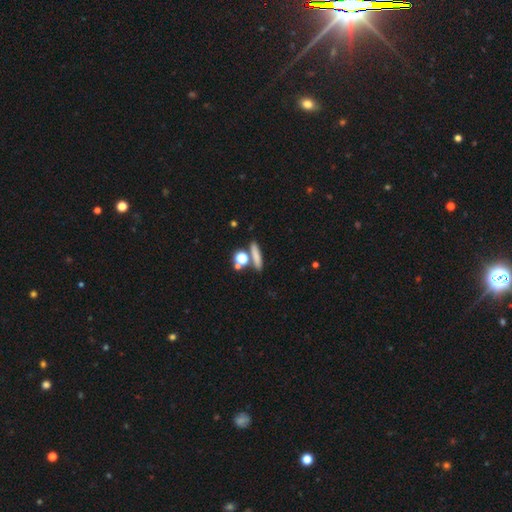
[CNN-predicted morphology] Smooth or featured? Predicted: smooth (p=0.74). How rounded? Predicted: cigar-shaped (p=0.67). Merging? Predicted: none (p=0.73).